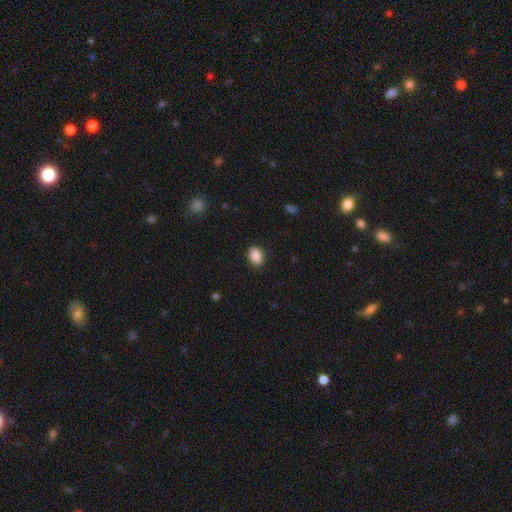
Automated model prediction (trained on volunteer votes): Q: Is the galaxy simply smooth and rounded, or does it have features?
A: smooth — 89%.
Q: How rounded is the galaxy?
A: in between — 78%.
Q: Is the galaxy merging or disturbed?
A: none — 87%.